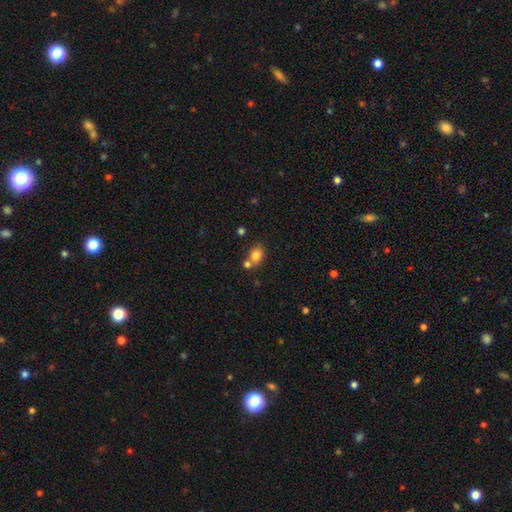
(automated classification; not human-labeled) Morphology: type=smooth (81%); roundness=in between (57%); merging=none (50%).